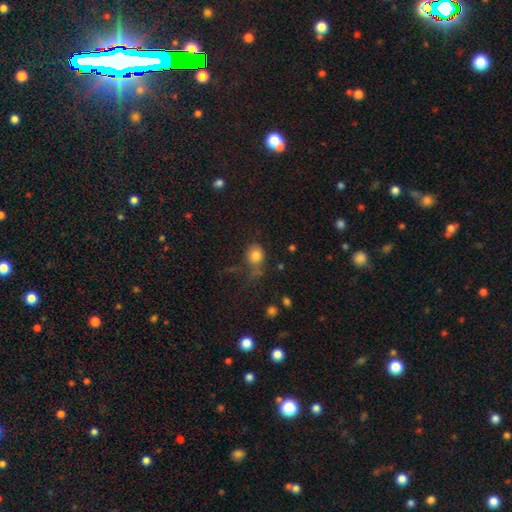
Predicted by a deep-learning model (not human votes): smooth_or_featured: smooth (p=0.81) [alt: star or artifact p=0.11]
how_rounded: round (p=0.60) [alt: in between p=0.38]
merging: none (p=0.49) [alt: minor disturbance p=0.25]